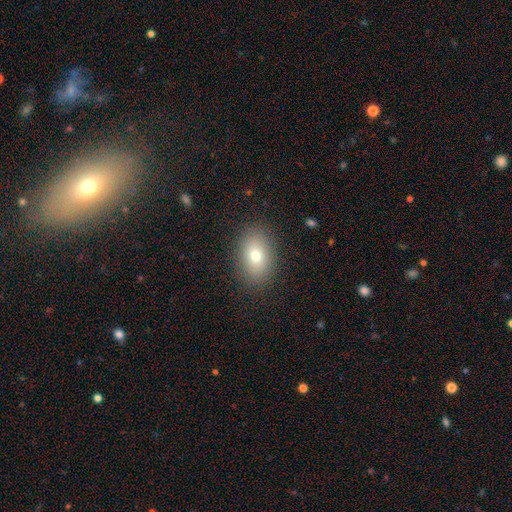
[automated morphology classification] smooth_or_featured: smooth (p=0.74) [alt: featured or disk p=0.15]
how_rounded: in between (p=0.81) [alt: round p=0.18]
merging: none (p=0.87) [alt: minor disturbance p=0.09]